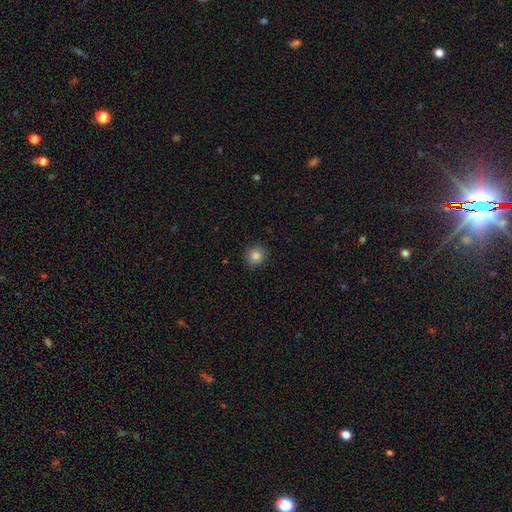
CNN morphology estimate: Smooth or featured? Predicted: smooth (p=0.85). How rounded? Predicted: round (p=0.90). Merging? Predicted: none (p=0.91).